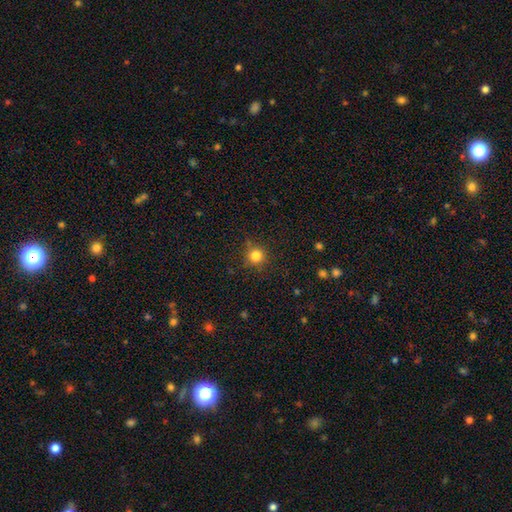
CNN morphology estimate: This appears to be a smooth galaxy with no disk features (82%) that is round (94%). Merging: none (86%).